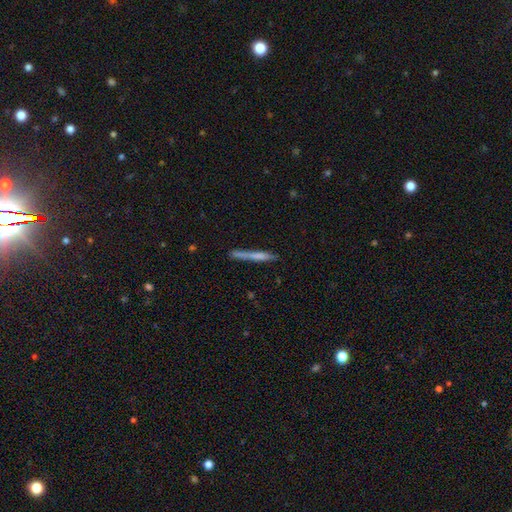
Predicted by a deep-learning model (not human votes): Smooth or featured: smooth — 60% (featured or disk — 34%)
How rounded: cigar-shaped — 96% (in between — 3%)
Merging: none — 79% (minor disturbance — 15%)